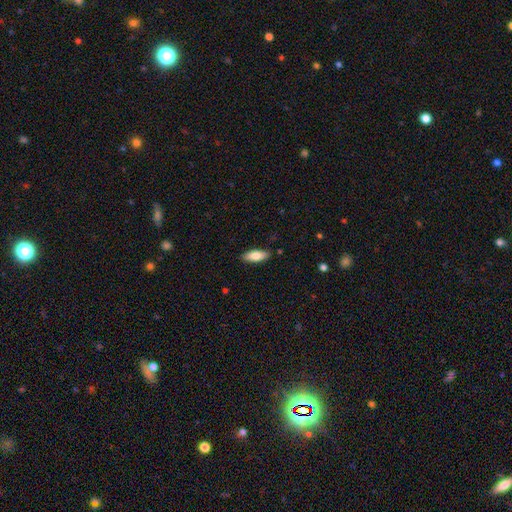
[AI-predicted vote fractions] Smooth or featured? smooth (81%)
How rounded? in between (77%)
Merging? none (86%)